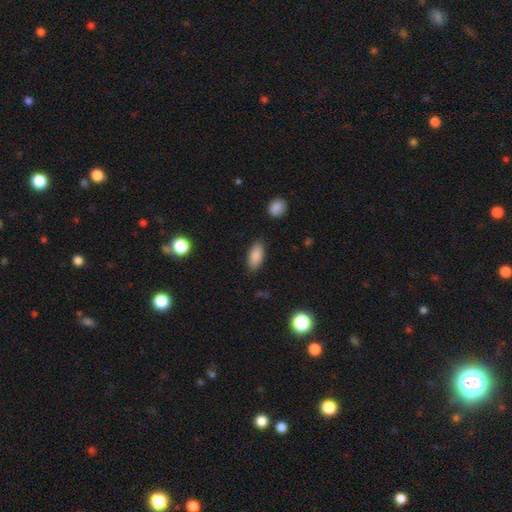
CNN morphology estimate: Smooth or featured? smooth (88%)
How rounded? in between (89%)
Merging? none (84%)